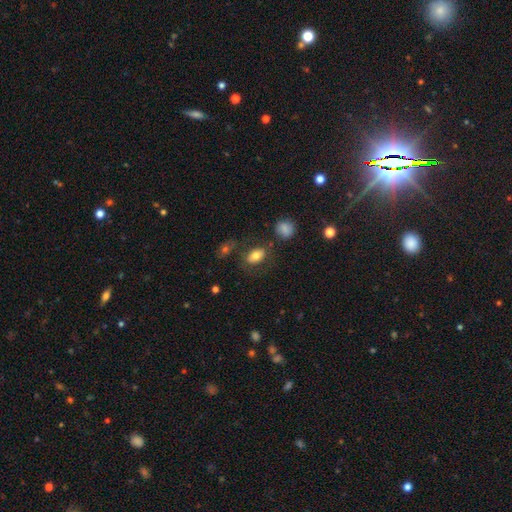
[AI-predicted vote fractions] Smooth or featured: smooth — 75% (featured or disk — 15%)
How rounded: in between — 83% (round — 15%)
Merging: none — 70% (minor disturbance — 15%)